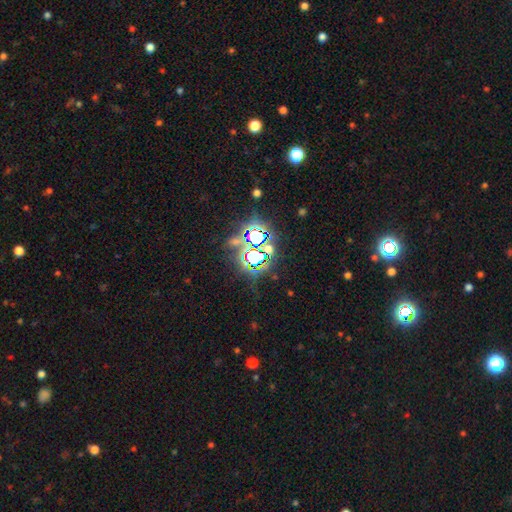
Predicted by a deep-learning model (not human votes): smooth_or_featured: star or artifact (p=0.80) [alt: smooth p=0.12]